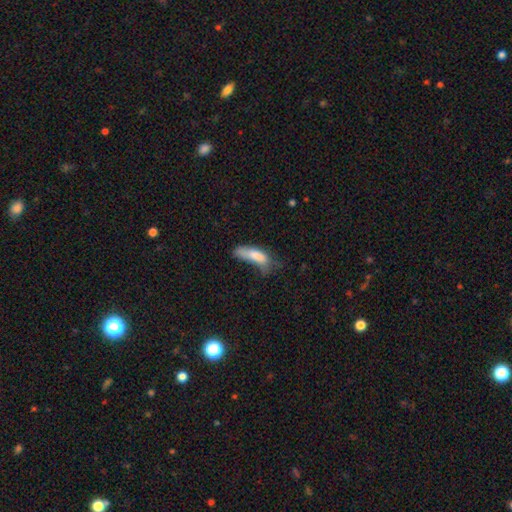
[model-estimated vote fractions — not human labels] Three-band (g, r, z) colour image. It shows a smooth galaxy with no disk features (75%) that is in between round and cigar-shaped (50%). Merging: major disturbance (37%).